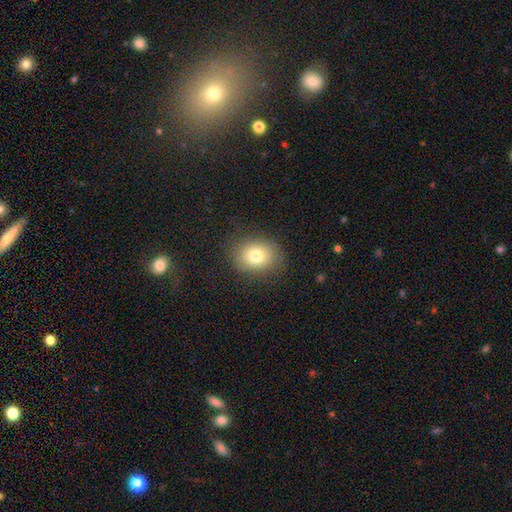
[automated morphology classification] Smooth or featured? smooth (78%)
How rounded? round (51%)
Merging? none (83%)